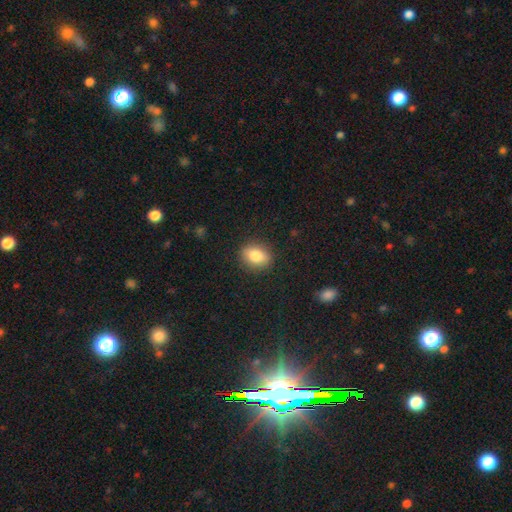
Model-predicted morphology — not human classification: smooth_or_featured: smooth (p=0.81) [alt: featured or disk p=0.10]
how_rounded: in between (p=0.55) [alt: round p=0.43]
merging: none (p=0.87) [alt: minor disturbance p=0.09]